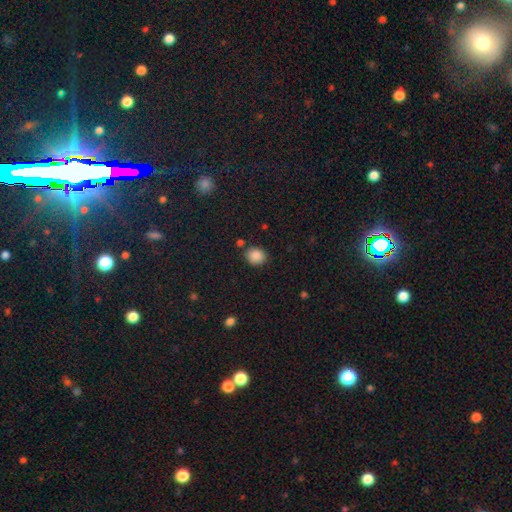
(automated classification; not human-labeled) smooth 87%, star or artifact 9%, featured or disk 3%. Down the decision tree: how rounded — round (68%); merging — none (82%).